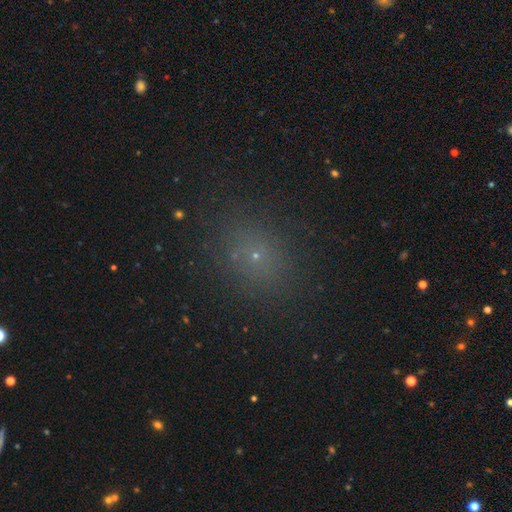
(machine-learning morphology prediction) Q: Smooth or featured?
A: smooth (60%); runner-up: star or artifact (31%)
Q: How rounded?
A: round (63%); runner-up: in between (36%)
Q: Merging?
A: none (86%); runner-up: minor disturbance (9%)